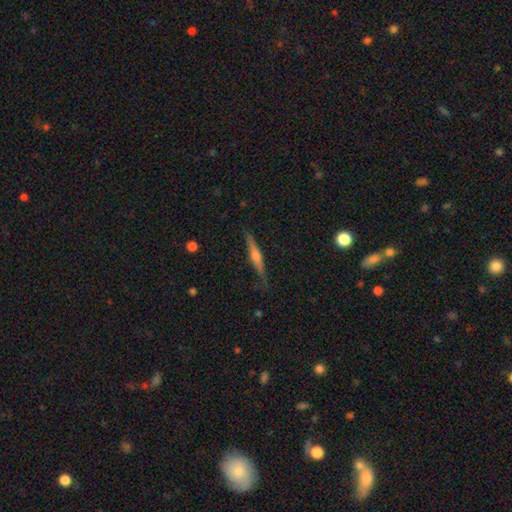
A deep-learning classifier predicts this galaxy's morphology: Smooth or featured: featured or disk — 67% (smooth — 27%)
Edge-on disk: yes — 97% (no — 3%)
Edge-on bulge: rounded — 83% (boxy — 9%)
Merging: none — 85% (minor disturbance — 12%)